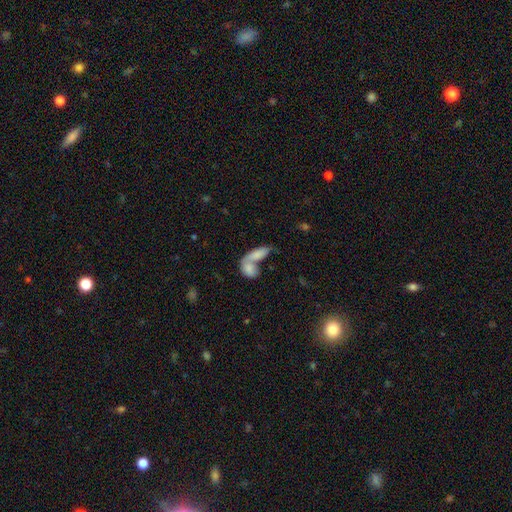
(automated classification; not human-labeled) Smooth or featured? smooth (75%)
How rounded? in between (77%)
Merging? merger (69%)